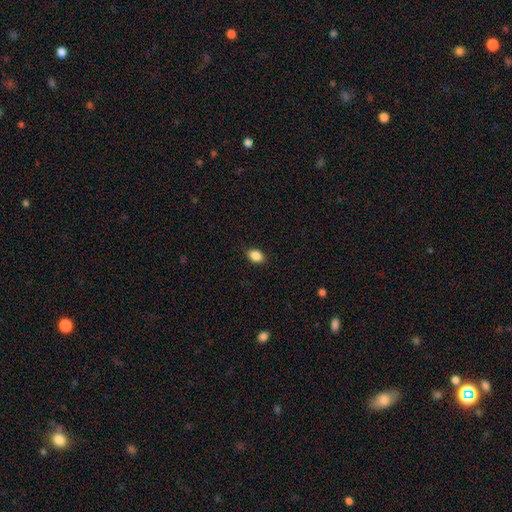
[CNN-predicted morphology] smooth-or-featured: smooth: 87% | star or artifact: 9% | featured or disk: 4%
  how-rounded: in between: 78% | round: 21% | cigar-shaped: 1%
  merging: none: 87% | minor disturbance: 10% | major disturbance: 2% | merger: 1%